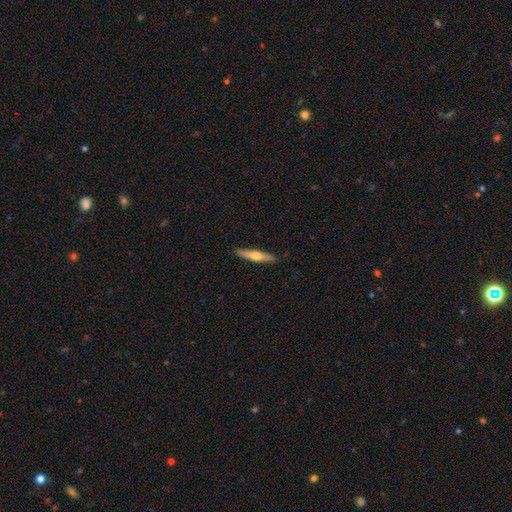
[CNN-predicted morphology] Smooth or featured? Predicted: featured or disk (p=0.49). Merging? Predicted: none (p=0.90).